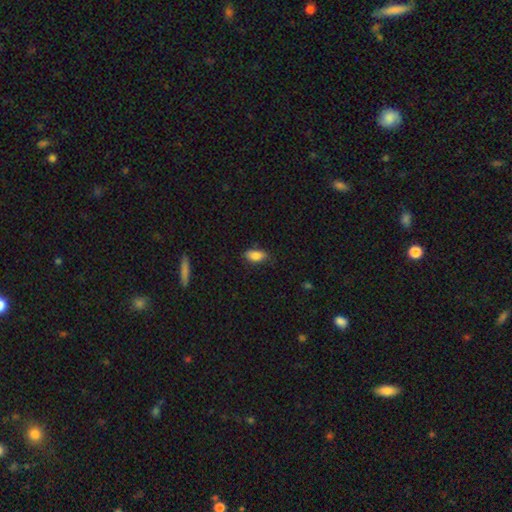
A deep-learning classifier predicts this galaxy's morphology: smooth-or-featured: smooth: 85% | star or artifact: 8% | featured or disk: 8%
  how-rounded: in between: 87% | cigar-shaped: 8% | round: 4%
  merging: none: 77% | minor disturbance: 18% | major disturbance: 3% | merger: 1%